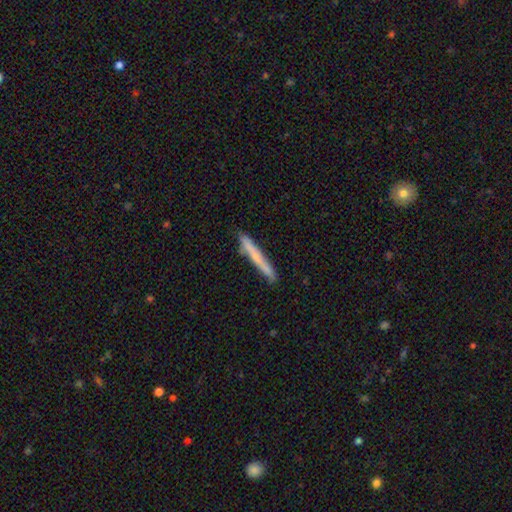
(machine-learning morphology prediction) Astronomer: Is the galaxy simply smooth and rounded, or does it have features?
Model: smooth — 62%.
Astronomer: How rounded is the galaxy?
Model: cigar-shaped — 96%.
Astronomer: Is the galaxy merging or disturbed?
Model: none — 85%.